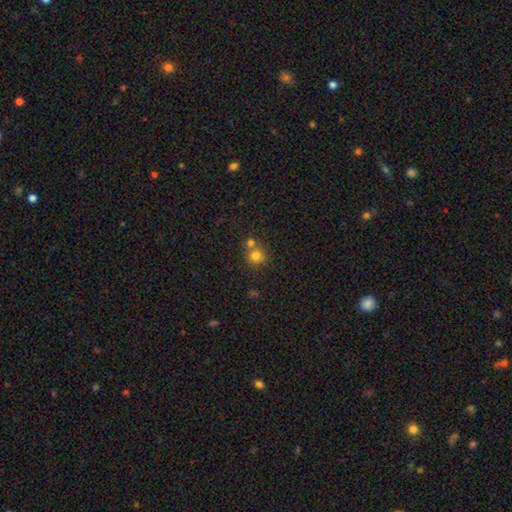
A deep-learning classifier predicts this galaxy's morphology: Smooth or featured? Predicted: smooth (p=0.78). How rounded? Predicted: round (p=0.88). Merging? Predicted: none (p=0.53).